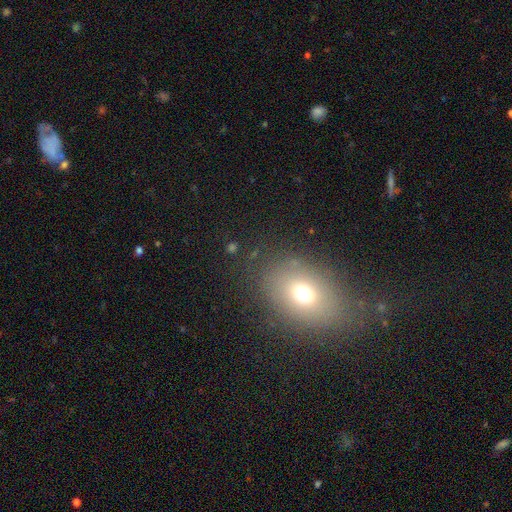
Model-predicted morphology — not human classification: Q: Smooth or featured?
A: smooth (66%); runner-up: star or artifact (19%)
Q: How rounded?
A: in between (66%); runner-up: round (32%)
Q: Merging?
A: none (71%); runner-up: minor disturbance (18%)